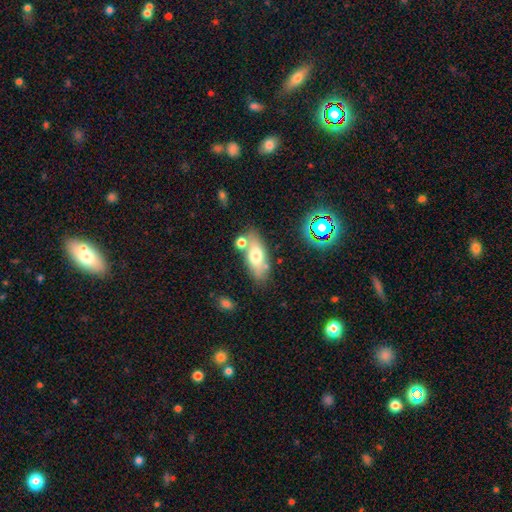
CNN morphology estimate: This is likely a smooth galaxy (65%). How rounded: likely in between (77%). Merging: likely none (66%).